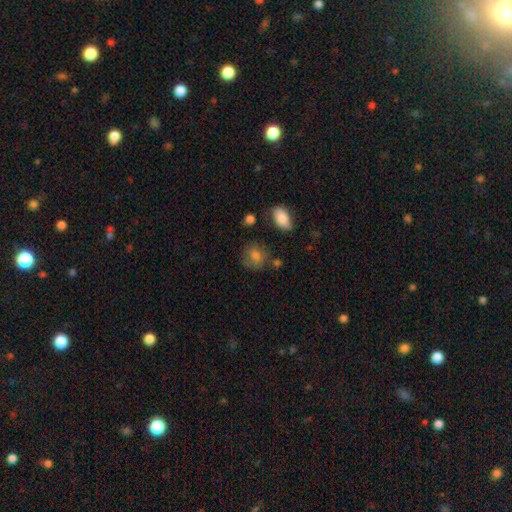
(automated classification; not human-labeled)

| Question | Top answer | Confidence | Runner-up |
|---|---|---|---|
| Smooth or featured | smooth | 76% | featured or disk (13%) |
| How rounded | round | 68% | in between (30%) |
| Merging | none | 67% | minor disturbance (20%) |